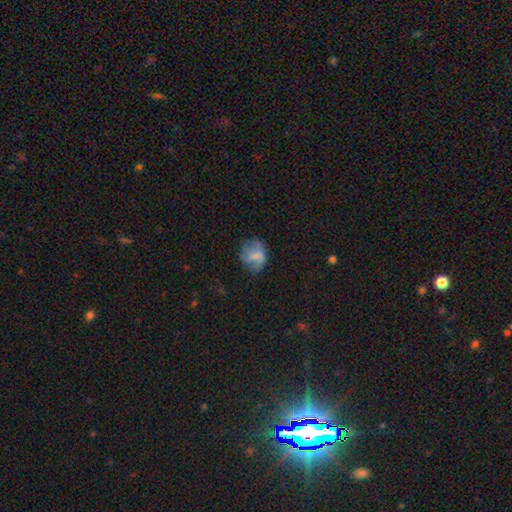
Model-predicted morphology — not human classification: Smooth or featured: smooth — 63% (featured or disk — 26%)
How rounded: round — 54% (in between — 45%)
Merging: none — 50% (minor disturbance — 28%)